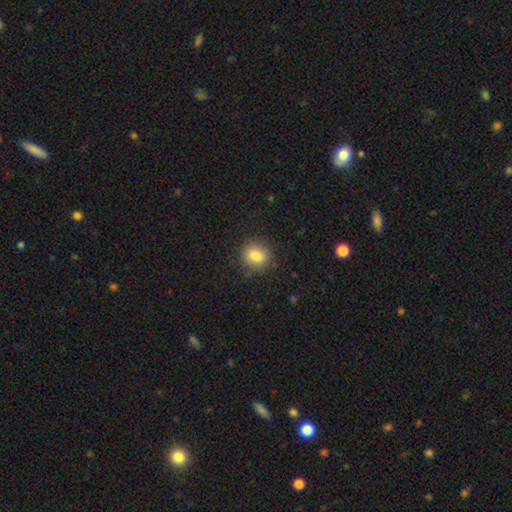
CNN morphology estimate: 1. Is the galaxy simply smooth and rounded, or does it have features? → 82% smooth, 10% star or artifact, 8% featured or disk.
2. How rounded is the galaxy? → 77% round, 22% in between, 1% cigar-shaped.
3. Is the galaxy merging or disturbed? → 86% none, 10% minor disturbance, 3% major disturbance, 1% merger.